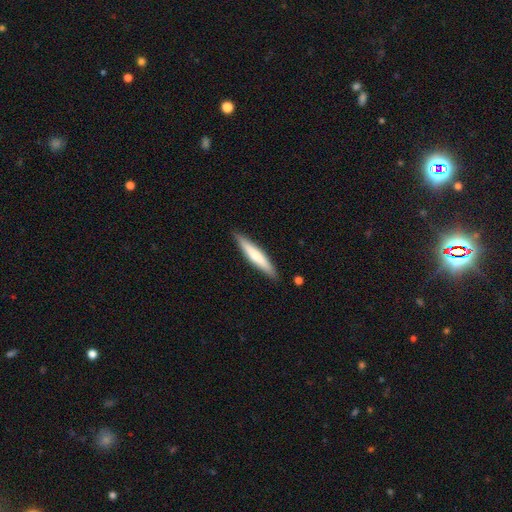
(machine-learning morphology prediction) type=smooth (63%); roundness=cigar-shaped (91%); merging=none (89%).